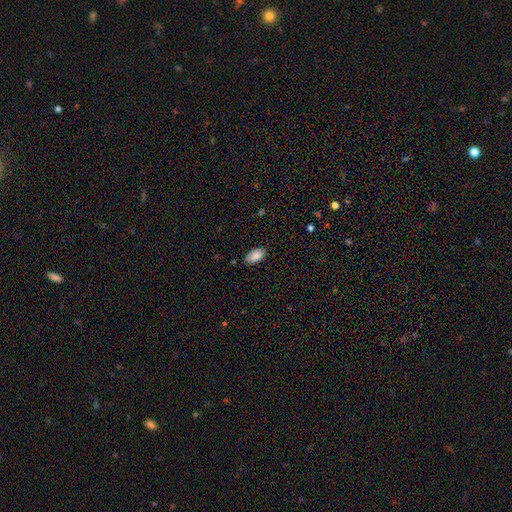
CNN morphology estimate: This appears to be a smooth galaxy with no disk features (88%) that is in between round and cigar-shaped (94%). Merging: none (80%).